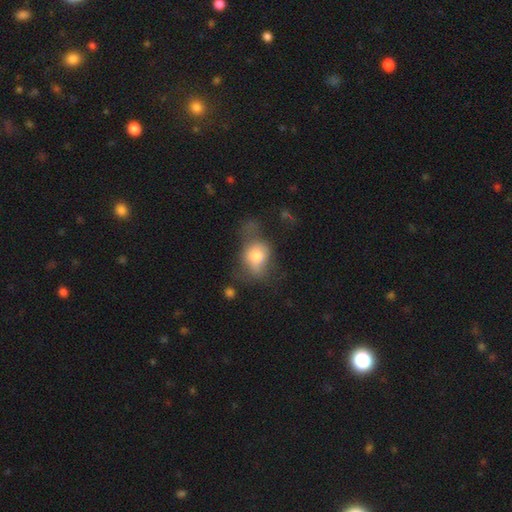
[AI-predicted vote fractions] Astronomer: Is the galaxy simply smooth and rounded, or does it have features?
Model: smooth — 69%.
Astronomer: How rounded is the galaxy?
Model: in between — 61% (runner-up: round, 38%).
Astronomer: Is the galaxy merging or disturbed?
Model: major disturbance — 34% (runner-up: none, 30%).